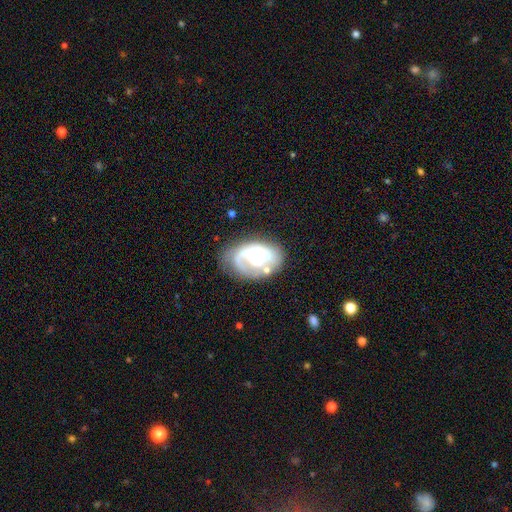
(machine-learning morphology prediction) Smooth or featured?
  - featured or disk: 79% *
  - smooth: 16%
  - star or artifact: 6%
Edge-on disk?
  - no: 97% *
  - yes: 3%
Bar?
  - no: 65% *
  - weak: 29%
  - strong: 6%
Spiral arms?
  - yes: 90% *
  - no: 10%
Spiral winding?
  - tight: 46% *
  - medium: 38%
  - loose: 16%
Spiral arm count?
  - 1: 40% *
  - 2: 39%
  - can't tell: 13%
  - 3: 5%
  - 4: 1%
  - more than 4: 1%
Bulge size?
  - moderate: 49% *
  - small: 33%
  - large: 11%
  - none: 5%
  - dominant: 2%
Merging?
  - none: 57% *
  - minor disturbance: 21%
  - major disturbance: 14%
  - merger: 7%